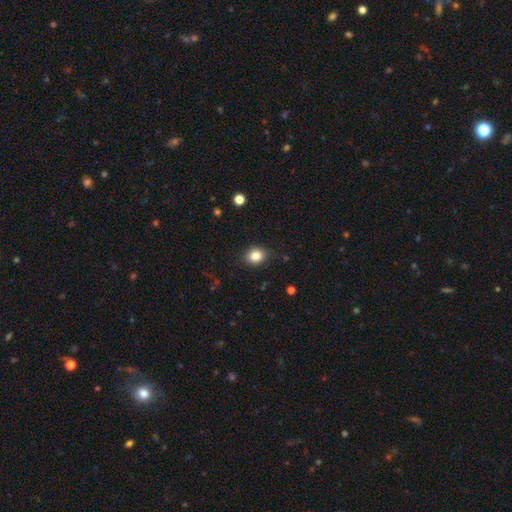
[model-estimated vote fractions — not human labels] smooth_or_featured: smooth (p=0.83) [alt: star or artifact p=0.11]
how_rounded: round (p=0.65) [alt: in between p=0.34]
merging: none (p=0.86) [alt: minor disturbance p=0.11]